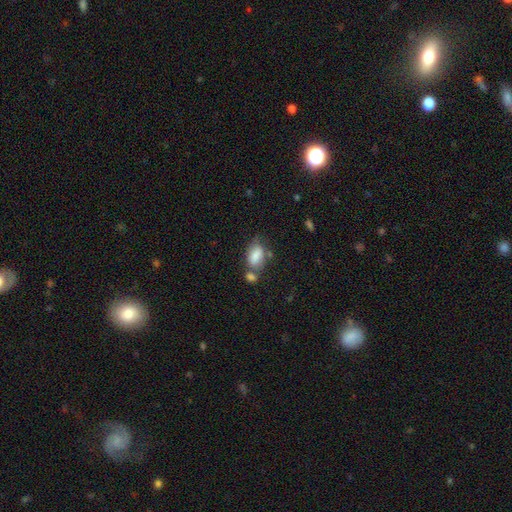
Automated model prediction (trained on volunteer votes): smooth 78%, featured or disk 14%, star or artifact 8%. Down the decision tree: how rounded — in between (90%); merging — none (41%).